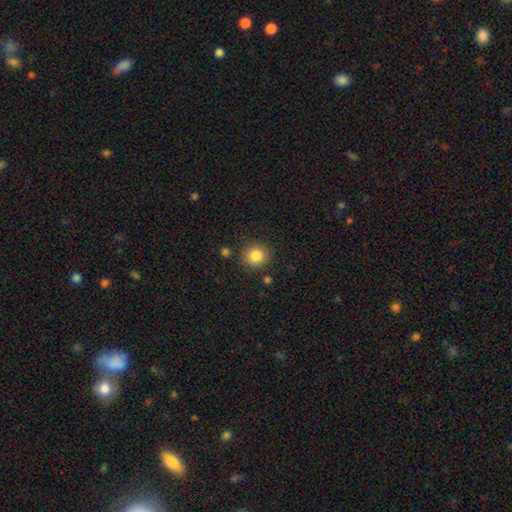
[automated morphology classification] Smooth or featured? Predicted: smooth (p=0.84). How rounded? Predicted: round (p=0.88). Merging? Predicted: none (p=0.86).